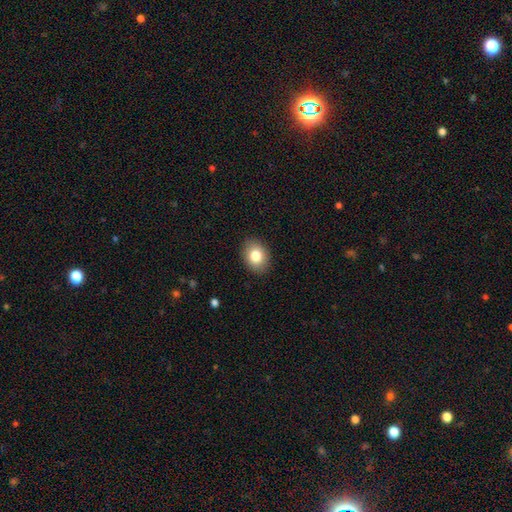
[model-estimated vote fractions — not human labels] smooth 82%, featured or disk 10%, star or artifact 9%. Down the decision tree: how rounded — in between (61%); merging — none (89%).